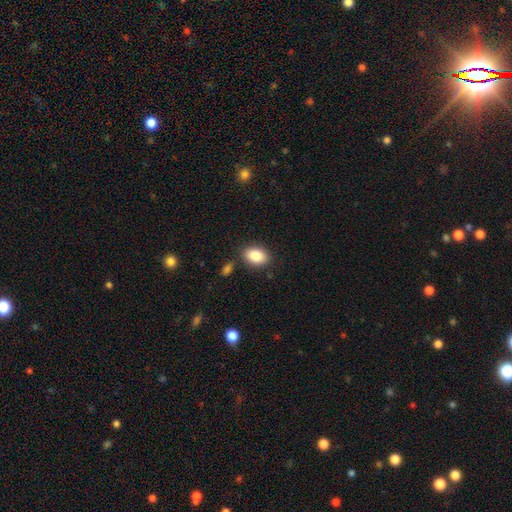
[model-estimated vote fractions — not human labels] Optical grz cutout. It shows a smooth galaxy with no disk features (85%) that is in between round and cigar-shaped (80%). Merging: none (83%).